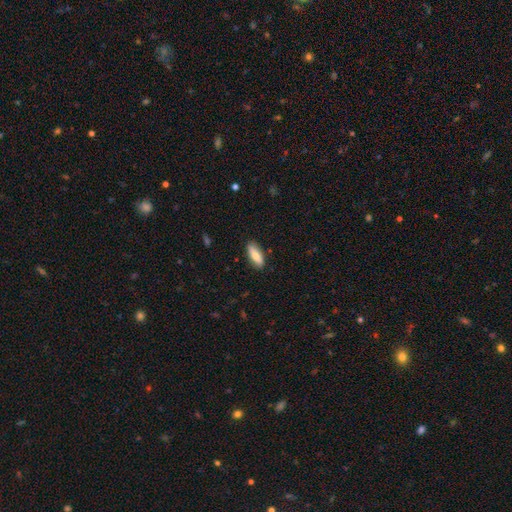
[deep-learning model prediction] Overall: smooth (78%). How rounded: in between (66%; cigar-shaped 32%). Merging: none (86%).